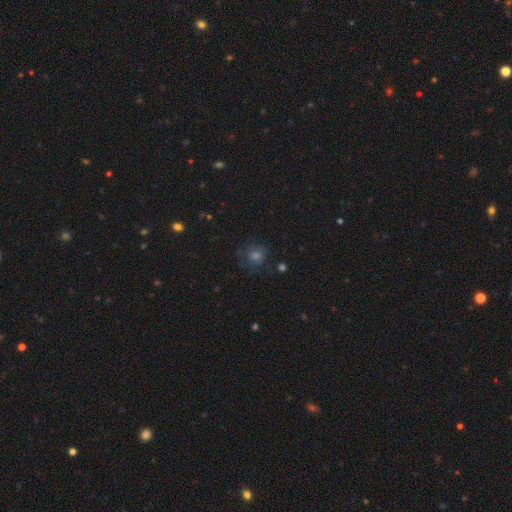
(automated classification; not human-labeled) A smooth galaxy with no disk features (57%) that is round (88%).

Vote fractions:
- Smooth or featured? smooth: 57% / star or artifact: 28% / featured or disk: 15%
- How rounded? round: 88% / in between: 11% / cigar-shaped: 1%
- Merging? none: 78% / minor disturbance: 14% / major disturbance: 7% / merger: 2%